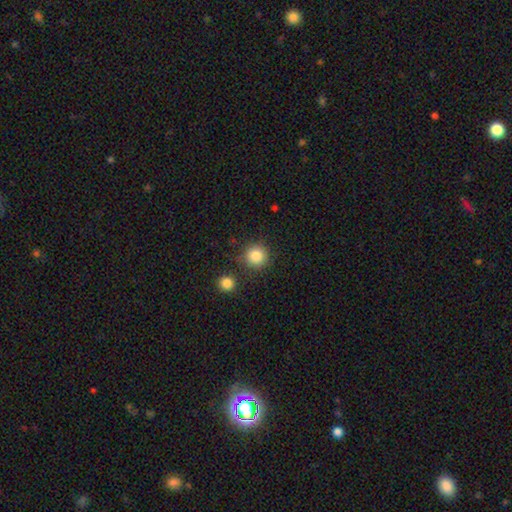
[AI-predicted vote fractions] A smooth galaxy with no disk features (85%) that is round (92%).

Vote fractions:
- Smooth or featured? smooth: 85% / star or artifact: 10% / featured or disk: 5%
- How rounded? round: 92% / in between: 7% / cigar-shaped: 1%
- Merging? none: 81% / minor disturbance: 9% / merger: 6% / major disturbance: 3%